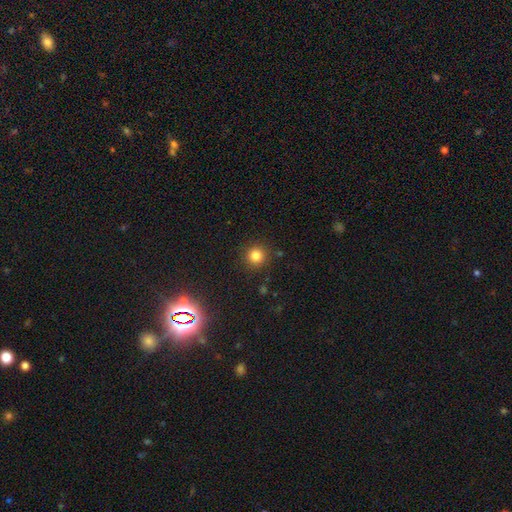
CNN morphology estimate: smooth 82%, star or artifact 13%, featured or disk 5%. Down the decision tree: how rounded — round (94%); merging — none (89%).